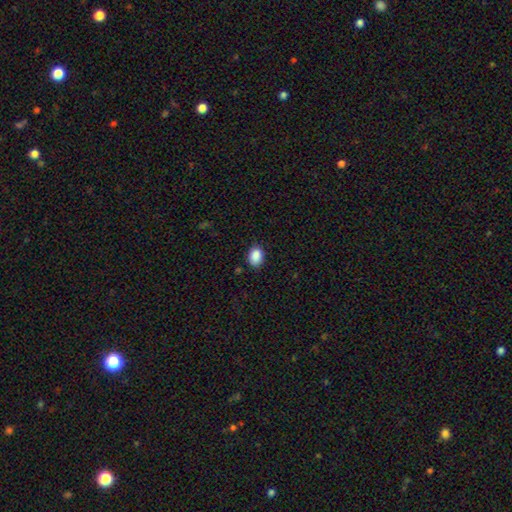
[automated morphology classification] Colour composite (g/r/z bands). It shows a smooth galaxy with no disk features (89%) that is in between round and cigar-shaped (73%). Merging: none (84%).